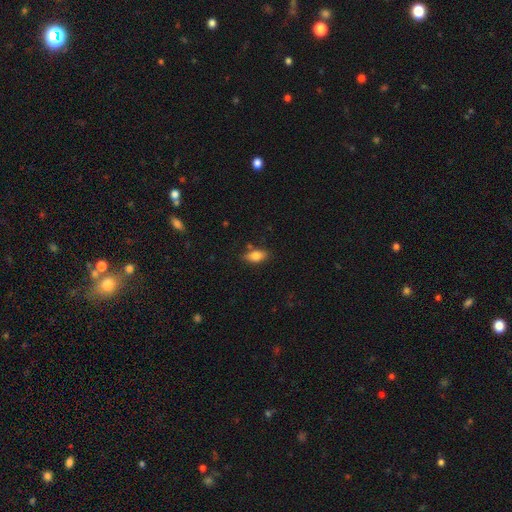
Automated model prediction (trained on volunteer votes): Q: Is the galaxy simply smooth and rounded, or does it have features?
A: smooth — 80%.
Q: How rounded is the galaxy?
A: in between — 86%.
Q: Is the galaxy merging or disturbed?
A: none — 76%.